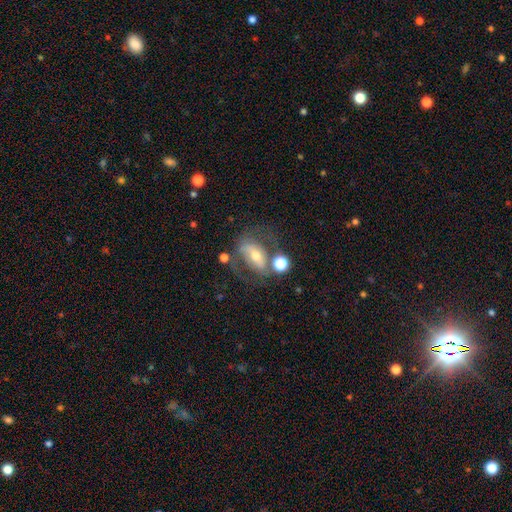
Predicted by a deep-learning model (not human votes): smooth-or-featured: featured or disk: 62% | smooth: 28% | star or artifact: 10%
  disk-edge-on: no: 91% | yes: 9%
    bar: strong: 41% | no: 30% | weak: 29%
    has-spiral-arms: yes: 62% | no: 38%
    bulge-size: moderate: 57% | small: 33% | large: 7% | none: 2% | dominant: 2%
  merging: none: 47% | major disturbance: 20% | minor disturbance: 18% | merger: 15%